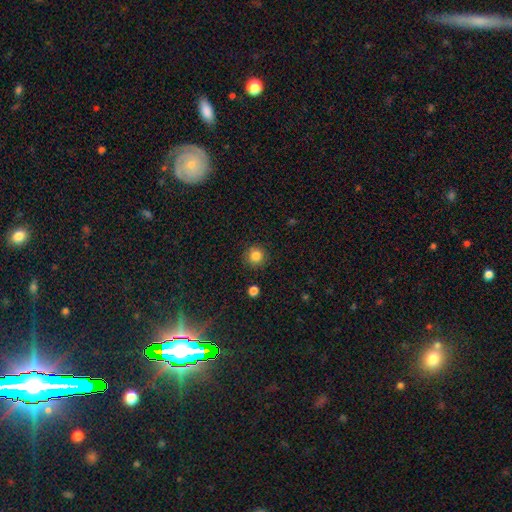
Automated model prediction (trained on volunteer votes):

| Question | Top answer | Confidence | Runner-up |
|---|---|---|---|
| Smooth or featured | smooth | 83% | star or artifact (11%) |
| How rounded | round | 94% | in between (5%) |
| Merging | none | 89% | minor disturbance (7%) |